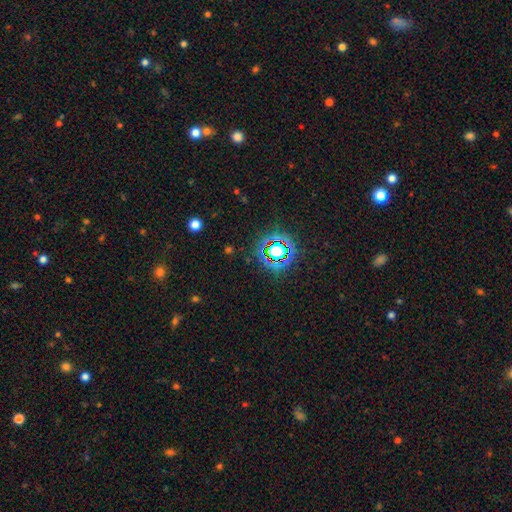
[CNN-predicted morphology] type=star or artifact (77%).